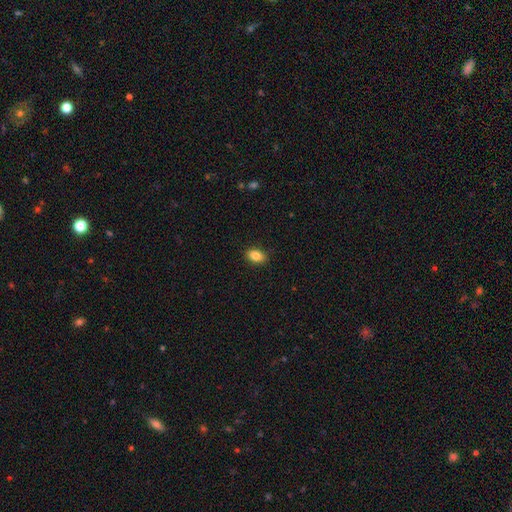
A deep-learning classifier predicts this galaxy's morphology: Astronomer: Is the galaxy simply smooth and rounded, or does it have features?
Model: smooth — 85%.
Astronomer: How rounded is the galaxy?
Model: in between — 84%.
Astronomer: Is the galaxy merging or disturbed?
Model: none — 89%.